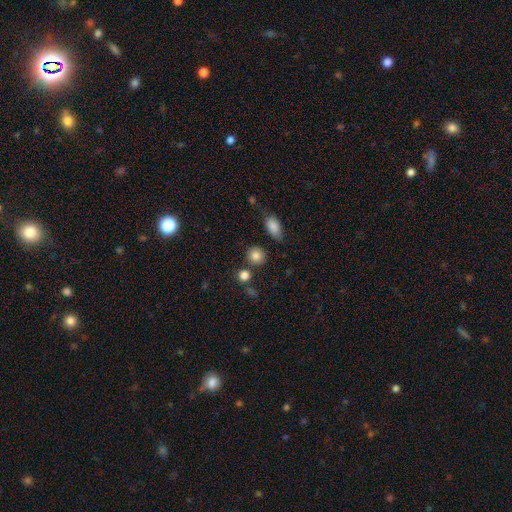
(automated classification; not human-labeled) Smooth or featured? smooth (83%)
How rounded? round (86%)
Merging? none (77%)